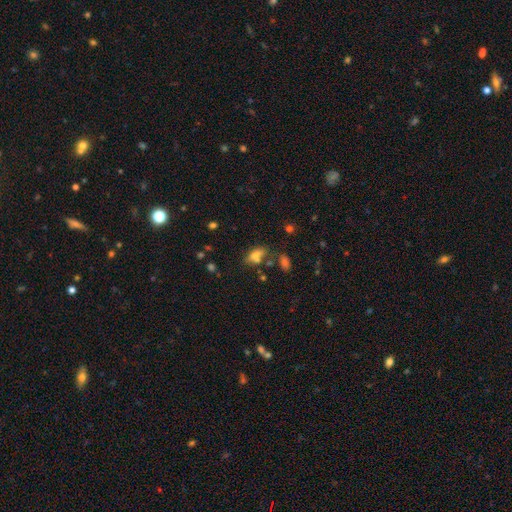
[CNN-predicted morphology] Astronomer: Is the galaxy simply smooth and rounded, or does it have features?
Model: smooth — 70%.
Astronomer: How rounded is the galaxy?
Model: in between — 82%.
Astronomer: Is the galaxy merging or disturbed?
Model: none — 53%.